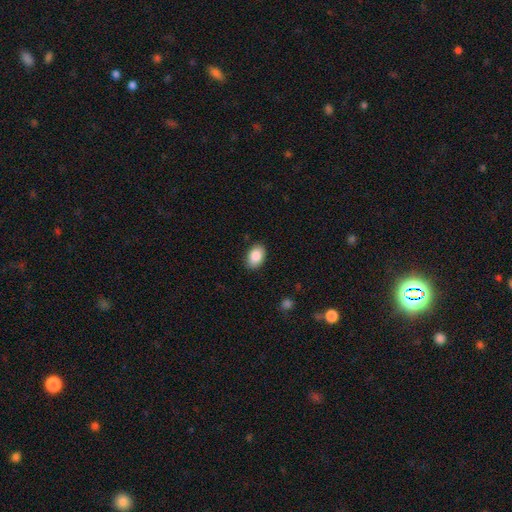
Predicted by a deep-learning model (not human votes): Smooth or featured: smooth — 87% (star or artifact — 7%)
How rounded: in between — 86% (round — 13%)
Merging: none — 88% (minor disturbance — 9%)